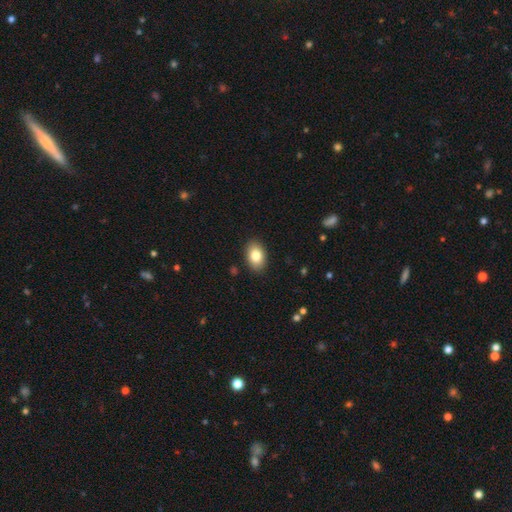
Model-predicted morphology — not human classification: A smooth galaxy with no disk features (82%) that is in between round and cigar-shaped (85%). Merging: none (89%).